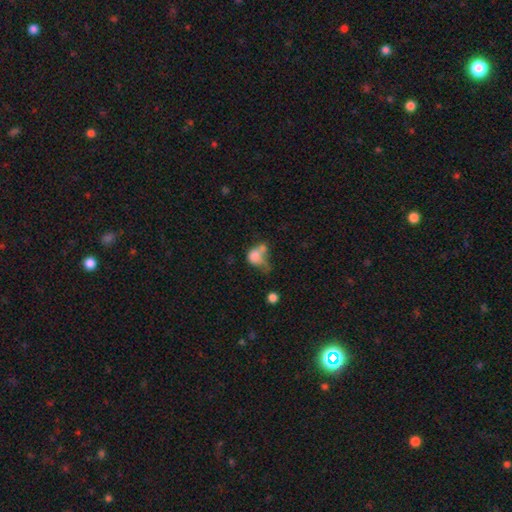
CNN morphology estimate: The model was most divided on "merging": merger: 41%, major disturbance: 25%, none: 17%, minor disturbance: 16%. More confident: smooth or featured — smooth (70%); how rounded — in between (57%).